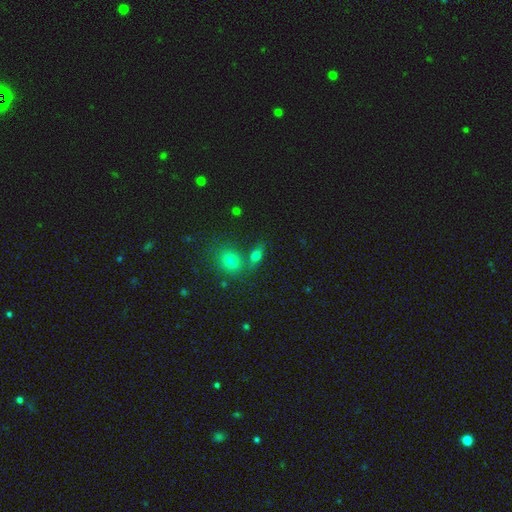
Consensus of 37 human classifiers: Q: Smooth or featured?
A: smooth (78%); runner-up: featured or disk (16%)
Q: How rounded?
A: in between (66%); runner-up: round (21%)
Q: Merging?
A: none (51%); runner-up: merger (26%)